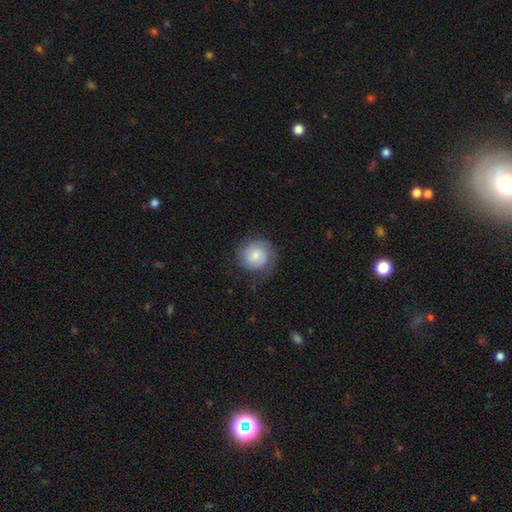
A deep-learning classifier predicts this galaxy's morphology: A smooth galaxy with no disk features (64%) that is round (90%). Merging: none (72%).